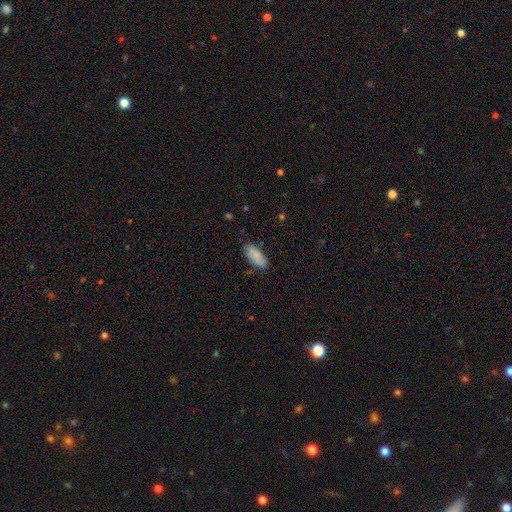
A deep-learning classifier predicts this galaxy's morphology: The model was most divided on "merging": none: 80%, minor disturbance: 16%, major disturbance: 3%, merger: 2%. More confident: smooth or featured — smooth (87%); how rounded — in between (85%).